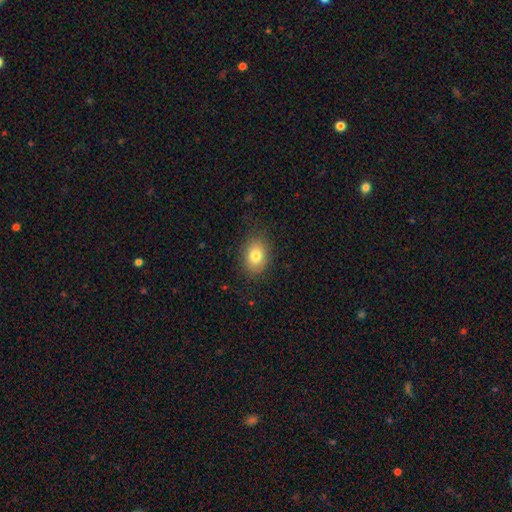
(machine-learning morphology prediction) smooth-or-featured: smooth: 79% | featured or disk: 12% | star or artifact: 9%
  how-rounded: in between: 69% | round: 30% | cigar-shaped: 1%
  merging: none: 81% | minor disturbance: 13% | major disturbance: 4% | merger: 1%